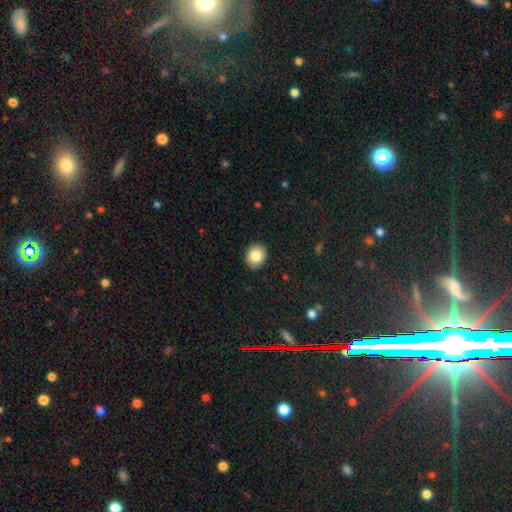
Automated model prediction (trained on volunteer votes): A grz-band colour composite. It shows a smooth galaxy with no disk features (84%) that is round (67%). Merging: none (91%).